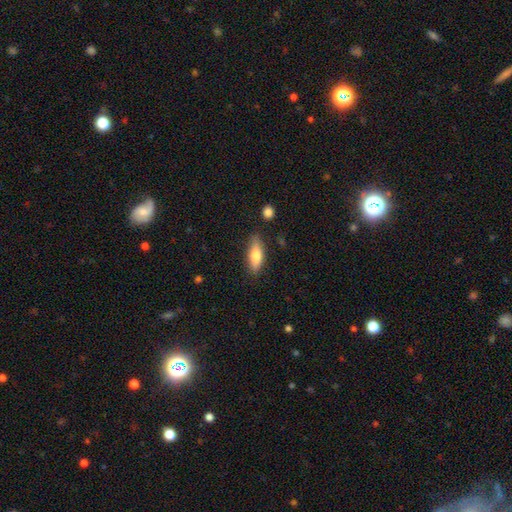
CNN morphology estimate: Smooth or featured? smooth (74%)
How rounded? in between (61%)
Merging? none (80%)